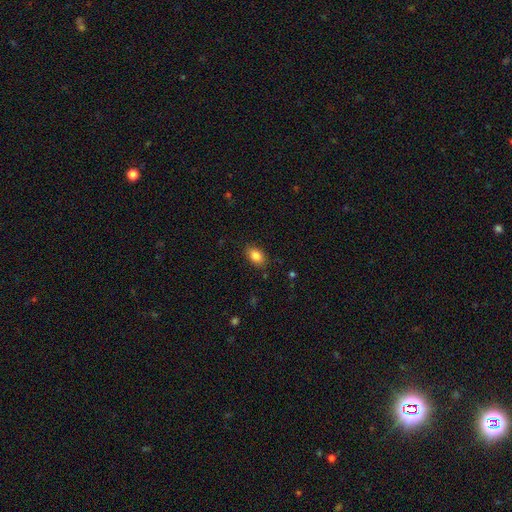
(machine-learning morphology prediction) smooth 86%, star or artifact 8%, featured or disk 6%. Down the decision tree: how rounded — in between (86%); merging — none (85%).